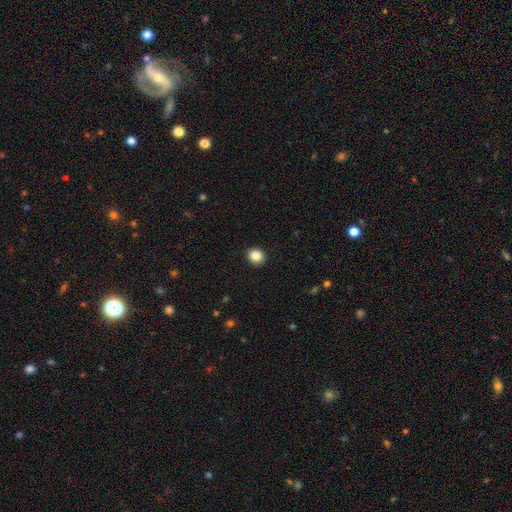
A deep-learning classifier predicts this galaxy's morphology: smooth-or-featured: smooth: 86% | star or artifact: 10% | featured or disk: 5%
  how-rounded: round: 78% | in between: 22% | cigar-shaped: 1%
  merging: none: 92% | minor disturbance: 5% | major disturbance: 2% | merger: 1%